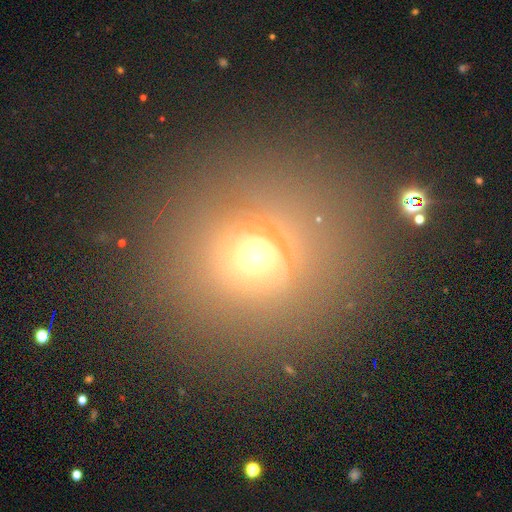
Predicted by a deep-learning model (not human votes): Morphology: type=smooth (57%); roundness=round (90%); merging=none (81%).